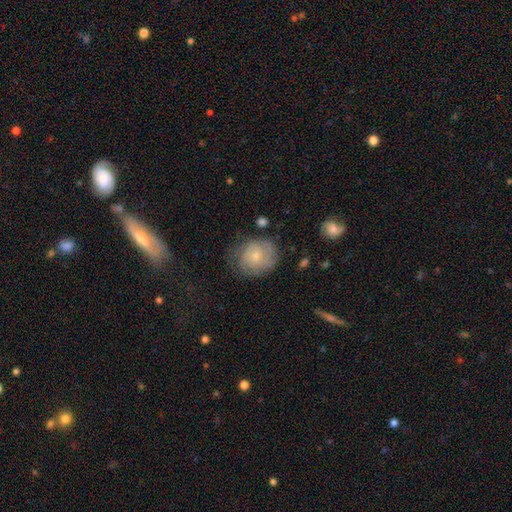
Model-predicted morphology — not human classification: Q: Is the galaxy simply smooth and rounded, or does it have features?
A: featured or disk — 49%.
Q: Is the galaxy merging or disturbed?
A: none — 65%.